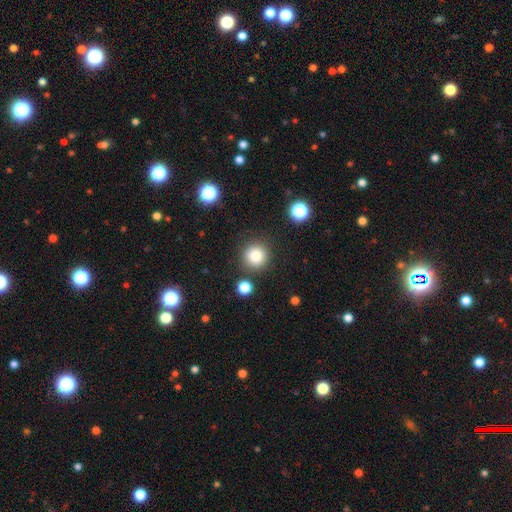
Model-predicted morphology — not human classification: Smooth or featured? Predicted: smooth (p=0.82). How rounded? Predicted: round (p=0.95). Merging? Predicted: none (p=0.86).